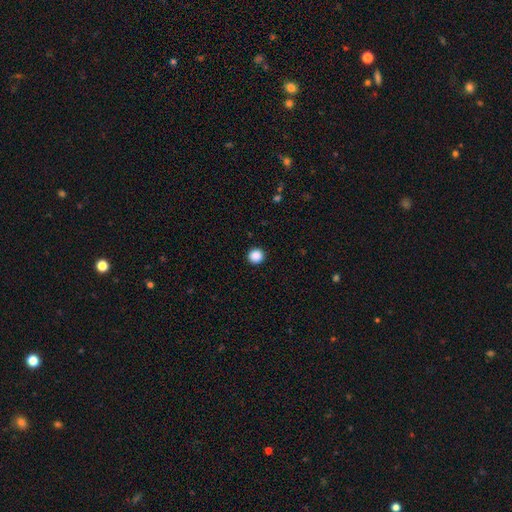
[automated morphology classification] smooth-or-featured: smooth: 89% | star or artifact: 9% | featured or disk: 2%
  how-rounded: round: 94% | in between: 5% | cigar-shaped: 1%
  merging: none: 93% | minor disturbance: 4% | major disturbance: 2% | merger: 1%